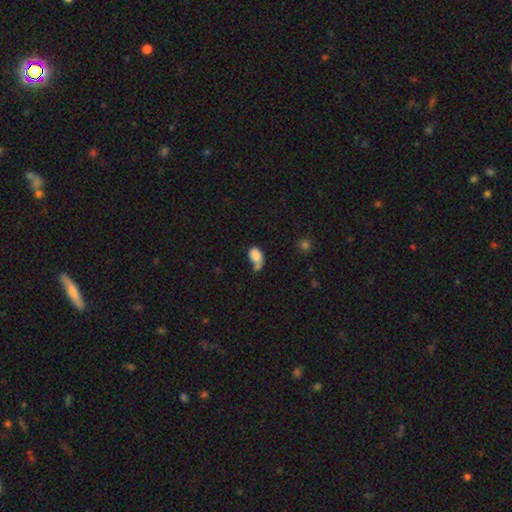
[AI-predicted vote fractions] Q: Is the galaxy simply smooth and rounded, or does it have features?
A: smooth — 82%.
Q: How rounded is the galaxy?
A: in between — 83%.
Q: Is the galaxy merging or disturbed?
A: none — 33%.